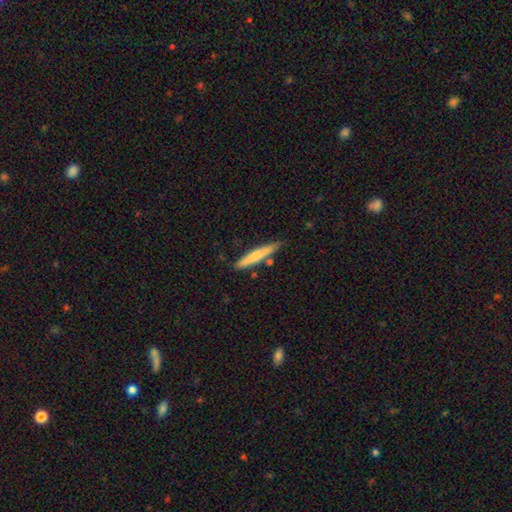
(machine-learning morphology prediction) type=smooth (65%); roundness=cigar-shaped (93%); merging=none (77%).